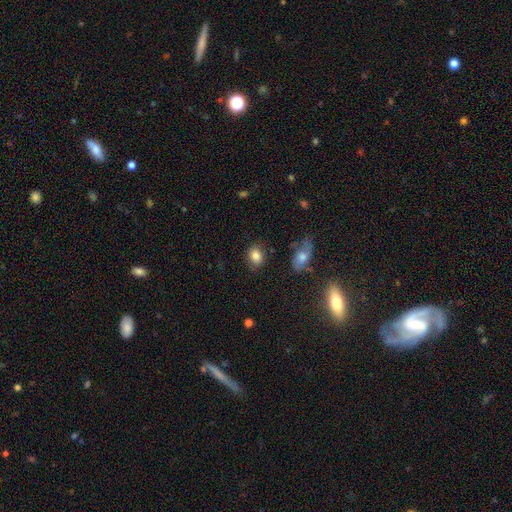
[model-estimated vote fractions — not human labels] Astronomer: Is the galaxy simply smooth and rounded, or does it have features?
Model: smooth — 84%.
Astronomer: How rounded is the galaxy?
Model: in between — 58% (runner-up: round, 40%).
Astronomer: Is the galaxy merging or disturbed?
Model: none — 79%.